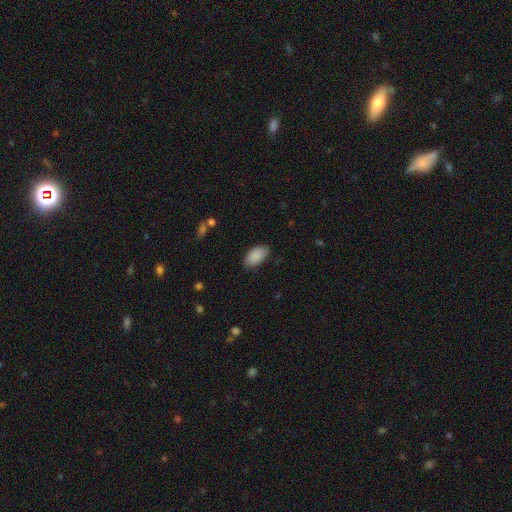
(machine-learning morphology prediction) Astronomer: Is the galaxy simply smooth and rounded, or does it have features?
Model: smooth — 90%.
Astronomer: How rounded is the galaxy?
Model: in between — 95%.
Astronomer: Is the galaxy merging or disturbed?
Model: none — 84%.